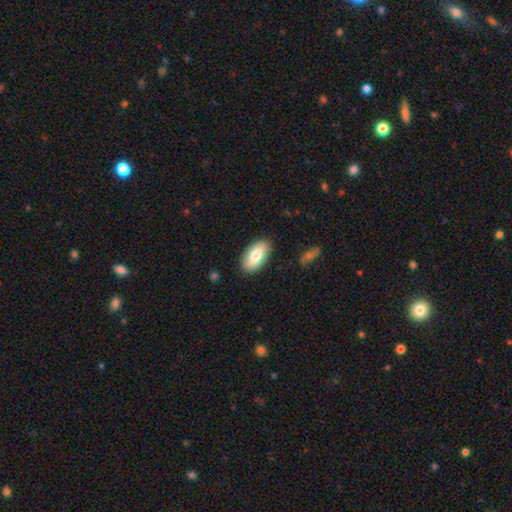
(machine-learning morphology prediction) type=smooth (76%); roundness=in between (93%); merging=none (87%).